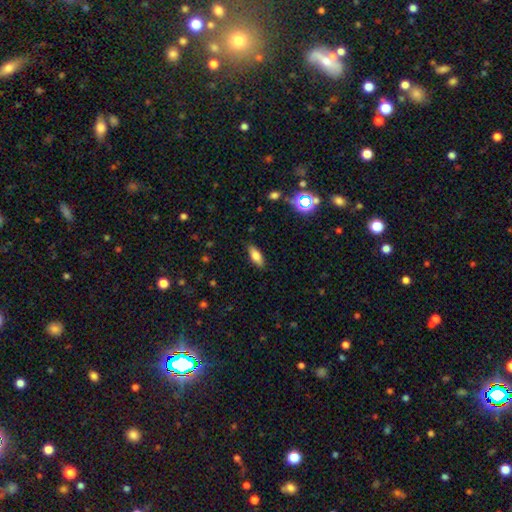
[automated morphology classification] Smooth or featured? smooth (78%)
How rounded? in between (74%)
Merging? none (85%)